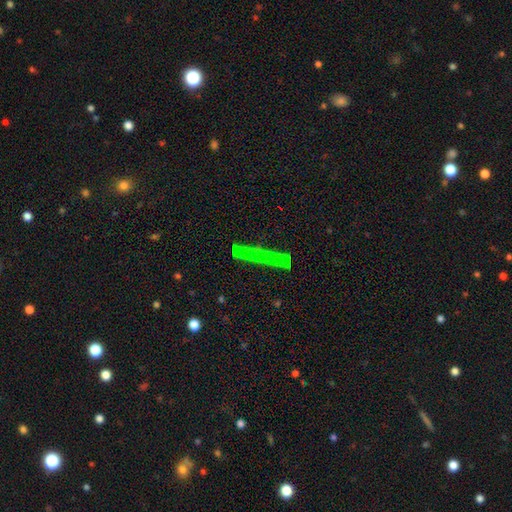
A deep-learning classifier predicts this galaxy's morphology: A smooth galaxy with no disk features (42%).

Vote fractions:
- Smooth or featured? smooth: 42% / featured or disk: 32% / star or artifact: 25%
- Merging? none: 68% / minor disturbance: 16% / major disturbance: 10% / merger: 6%